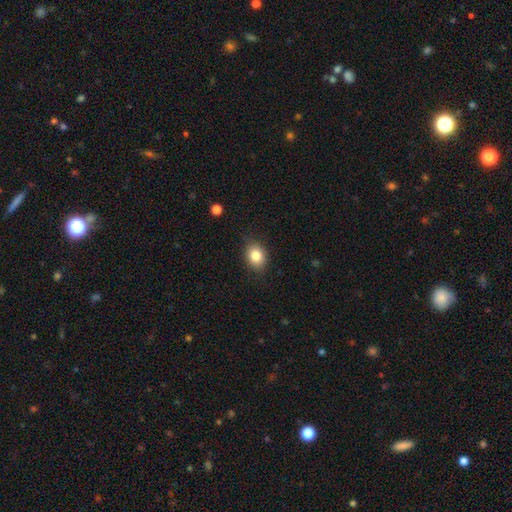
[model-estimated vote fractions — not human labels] The model was most divided on "how rounded": in between: 54%, round: 45%, cigar-shaped: 1%. More confident: merging — none (85%); smooth or featured — smooth (84%).